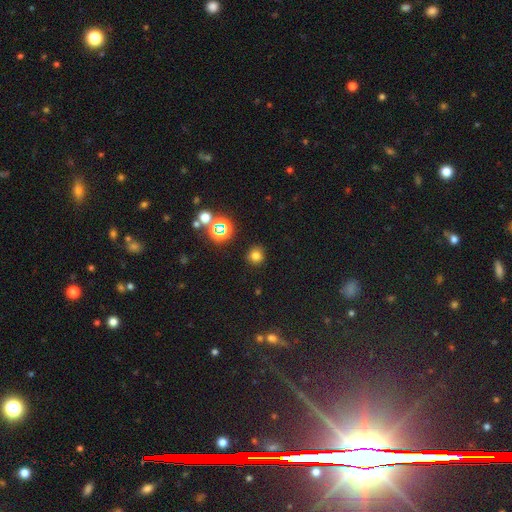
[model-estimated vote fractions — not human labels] Overall: smooth (73%). How rounded: round (89%). Merging: none (87%).